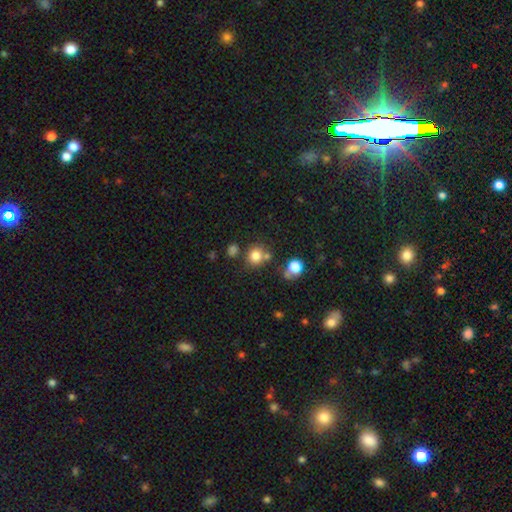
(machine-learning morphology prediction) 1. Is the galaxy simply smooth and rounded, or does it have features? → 78% smooth, 14% star or artifact, 8% featured or disk.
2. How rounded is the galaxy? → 84% round, 15% in between, 1% cigar-shaped.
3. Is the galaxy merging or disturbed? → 66% none, 18% merger, 11% minor disturbance, 5% major disturbance.